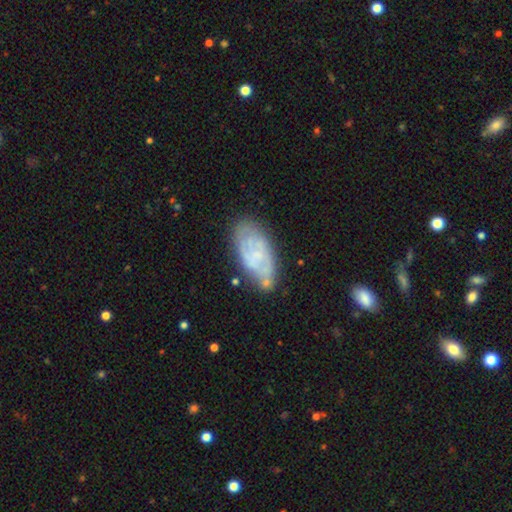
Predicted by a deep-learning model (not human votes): The model was most divided on "bulge size": small: 51%, none: 30%, moderate: 16%, large: 2%, dominant: 1%. More confident: edge-on disk — no (94%); bar — no (67%); spiral arms — yes (63%); smooth or featured — featured or disk (63%); merging — none (61%).